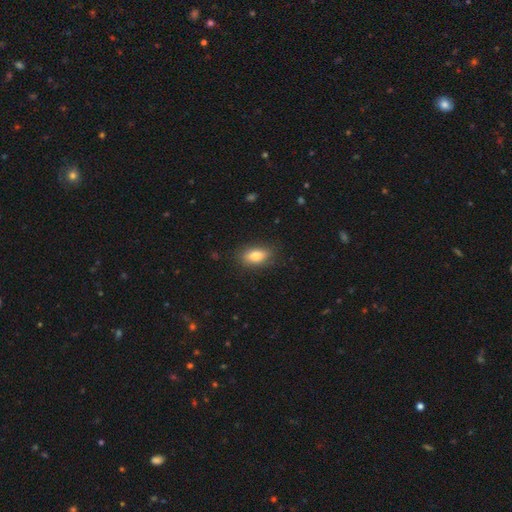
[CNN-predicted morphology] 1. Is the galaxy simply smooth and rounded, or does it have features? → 82% smooth, 10% featured or disk, 8% star or artifact.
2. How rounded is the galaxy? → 85% in between, 8% cigar-shaped, 7% round.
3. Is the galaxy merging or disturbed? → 82% none, 13% minor disturbance, 3% major disturbance, 1% merger.